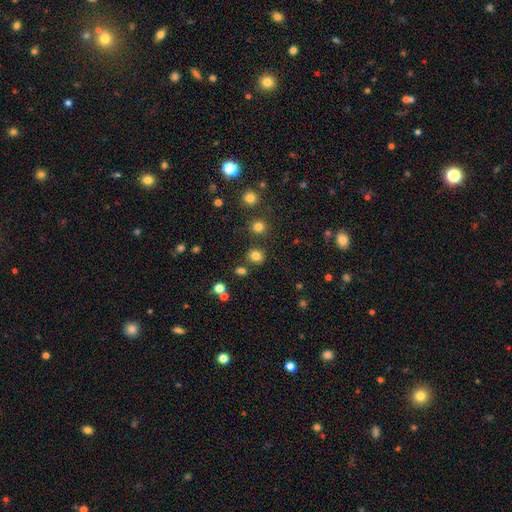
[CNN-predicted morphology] type=smooth (80%); roundness=round (82%); merging=none (83%).